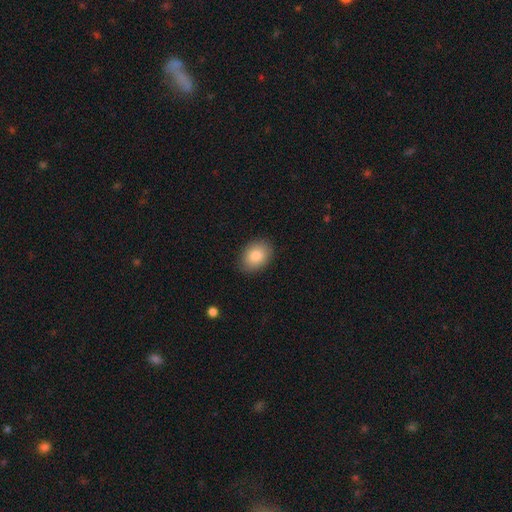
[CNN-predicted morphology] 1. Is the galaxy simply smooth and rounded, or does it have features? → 83% smooth, 10% featured or disk, 7% star or artifact.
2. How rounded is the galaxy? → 74% in between, 25% round, 1% cigar-shaped.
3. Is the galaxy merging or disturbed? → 85% none, 11% minor disturbance, 2% major disturbance, 1% merger.